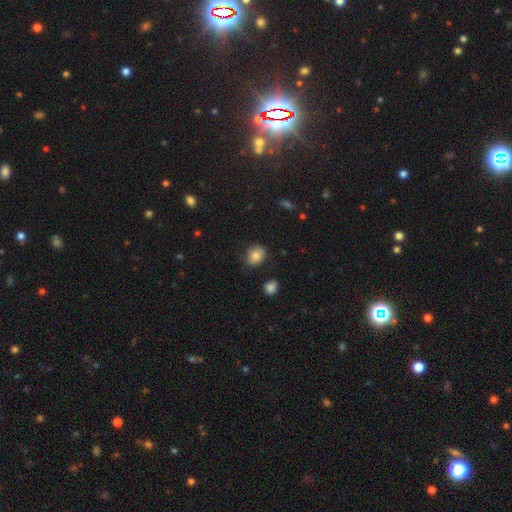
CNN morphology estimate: This appears to be a smooth galaxy with no disk features (78%) that is round (59%). Merging: none (70%).